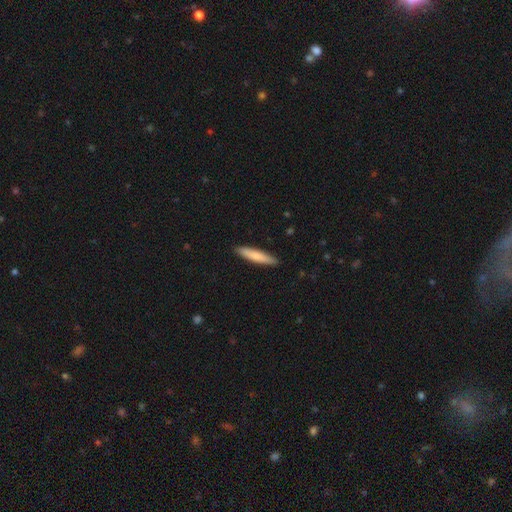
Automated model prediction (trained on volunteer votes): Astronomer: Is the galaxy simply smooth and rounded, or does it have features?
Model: smooth — 78%.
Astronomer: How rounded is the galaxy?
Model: cigar-shaped — 87%.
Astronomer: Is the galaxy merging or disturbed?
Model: none — 90%.